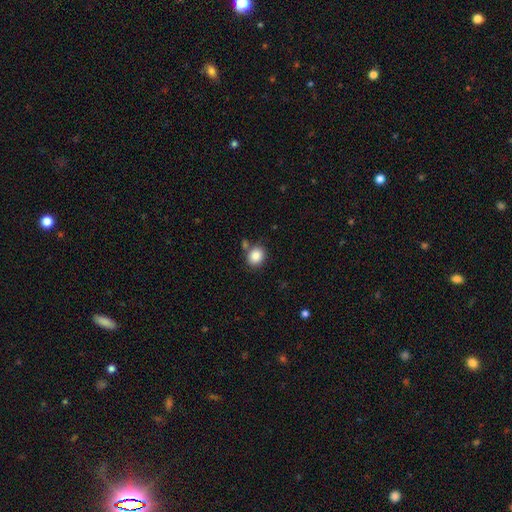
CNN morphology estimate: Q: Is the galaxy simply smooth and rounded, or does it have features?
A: smooth — 87%.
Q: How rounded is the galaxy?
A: round — 65%.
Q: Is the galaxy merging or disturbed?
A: none — 72%.